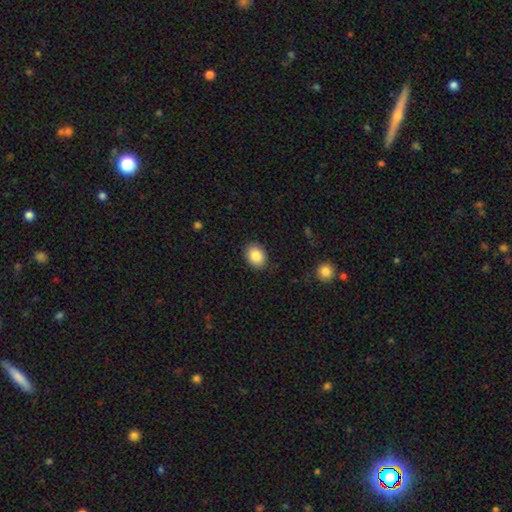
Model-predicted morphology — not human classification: Q: Smooth or featured?
A: smooth (86%); runner-up: star or artifact (8%)
Q: How rounded?
A: in between (61%); runner-up: round (39%)
Q: Merging?
A: none (87%); runner-up: minor disturbance (9%)